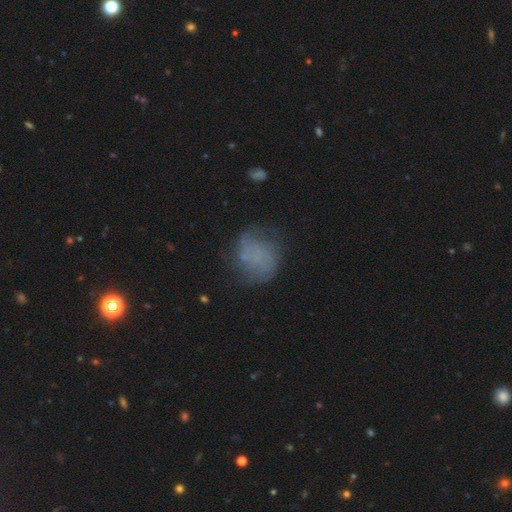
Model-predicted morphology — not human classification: A smooth galaxy with no disk features (45%). Merging: none (57%).